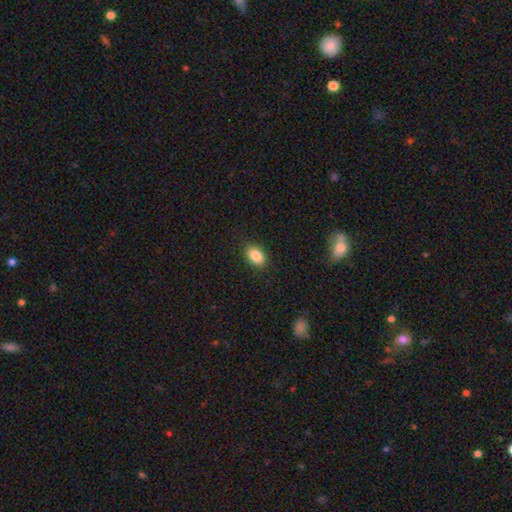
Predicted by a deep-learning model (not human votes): A smooth galaxy with no disk features (86%) that is in between round and cigar-shaped (85%). Merging: none (88%).